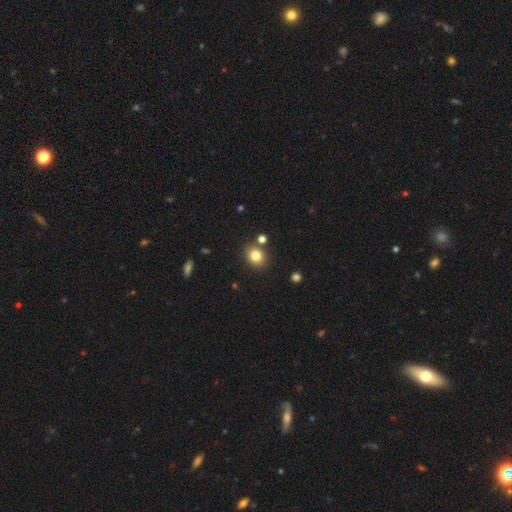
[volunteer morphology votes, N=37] Smooth or featured? 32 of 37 (86%) said smooth. How rounded? 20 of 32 (62%) said round. Merging? 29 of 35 (83%) said none.